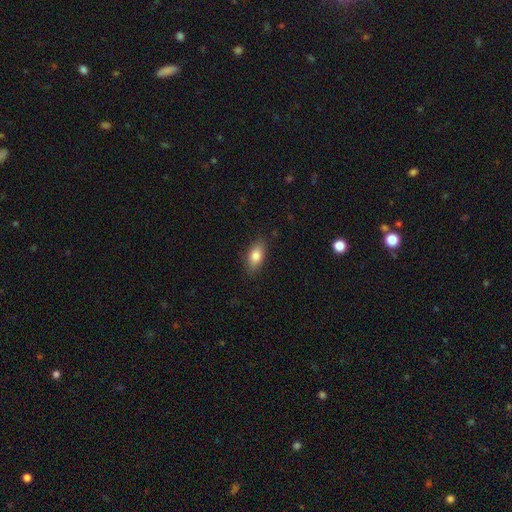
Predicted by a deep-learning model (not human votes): Smooth or featured? Predicted: smooth (p=0.81). How rounded? Predicted: in between (p=0.86). Merging? Predicted: none (p=0.85).